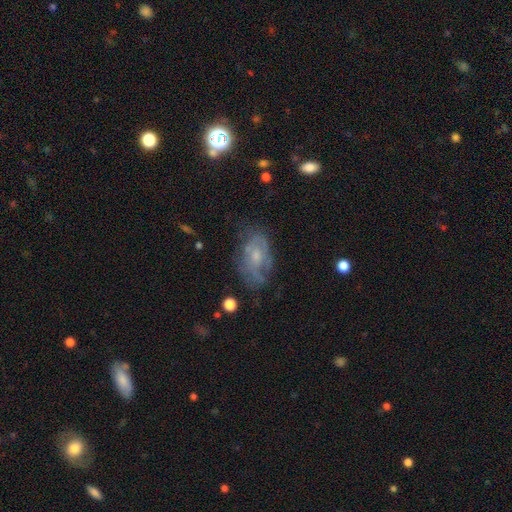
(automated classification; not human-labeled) The model was most divided on "bulge size": small: 51%, moderate: 38%, none: 8%, large: 3%, dominant: 1%. More confident: edge-on disk — no (95%); bar — no (73%); spiral arms — yes (64%); smooth or featured — featured or disk (59%); merging — none (59%).